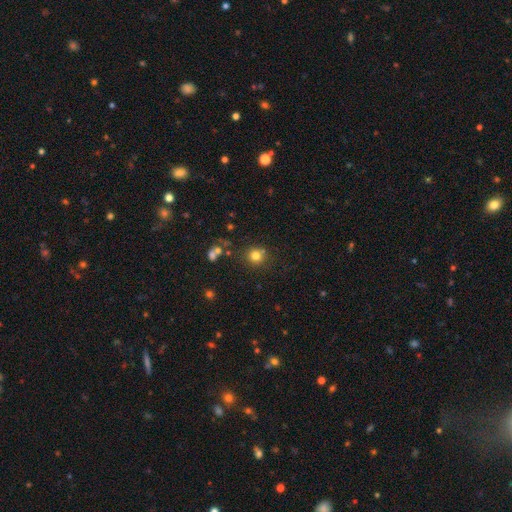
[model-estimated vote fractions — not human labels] Overall: smooth (79%). How rounded: round (90%). Merging: none (79%).